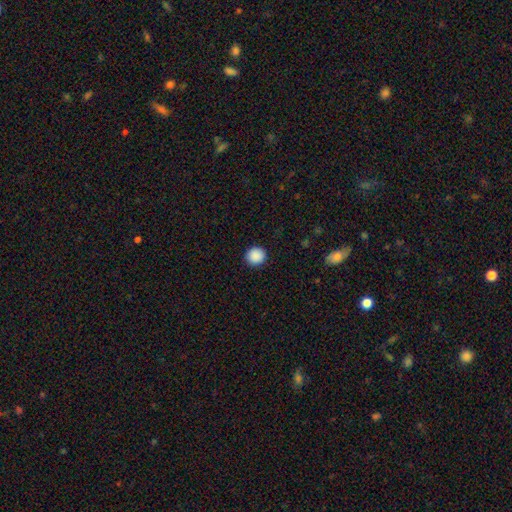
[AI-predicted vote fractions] smooth-or-featured: smooth: 89% | star or artifact: 9% | featured or disk: 2%
  how-rounded: round: 91% | in between: 8% | cigar-shaped: 1%
  merging: none: 92% | minor disturbance: 5% | major disturbance: 2% | merger: 1%